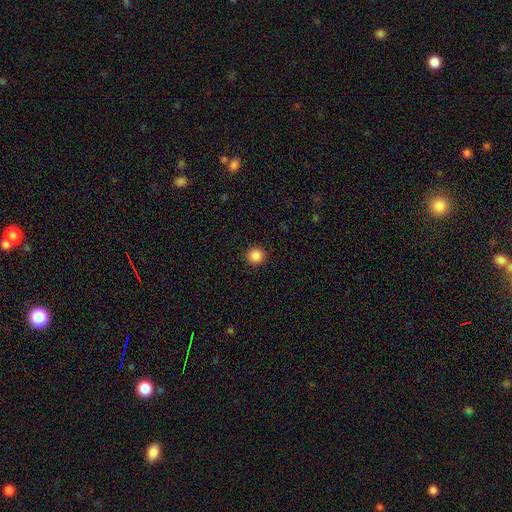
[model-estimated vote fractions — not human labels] This appears to be a smooth galaxy with no disk features (88%) that is round (95%). Merging: none (93%).